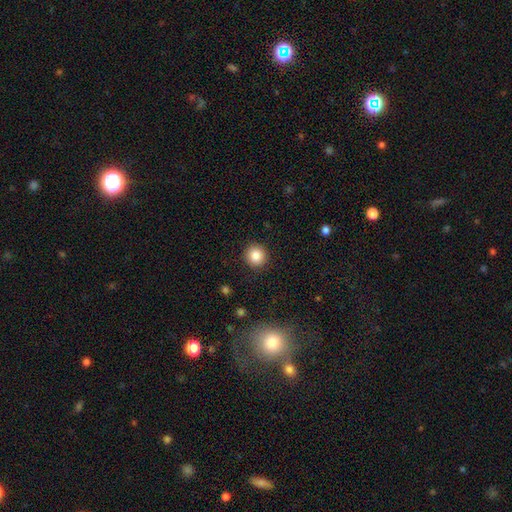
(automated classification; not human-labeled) Smooth or featured? smooth (85%)
How rounded? round (93%)
Merging? none (92%)